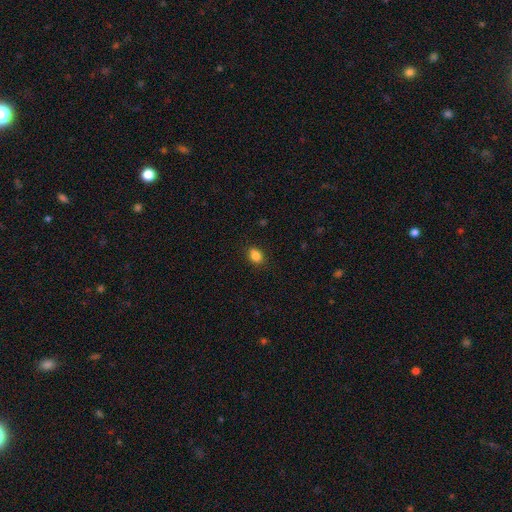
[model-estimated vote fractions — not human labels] Smooth or featured?
  - smooth: 85% *
  - star or artifact: 10%
  - featured or disk: 5%
How rounded?
  - in between: 61% *
  - round: 37%
  - cigar-shaped: 1%
Merging?
  - none: 86% *
  - minor disturbance: 11%
  - major disturbance: 2%
  - merger: 1%